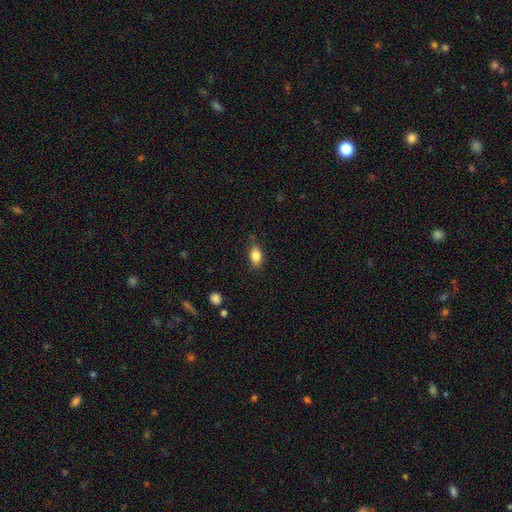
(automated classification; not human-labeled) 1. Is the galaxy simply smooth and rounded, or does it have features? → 85% smooth, 8% star or artifact, 7% featured or disk.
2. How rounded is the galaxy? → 87% in between, 10% round, 4% cigar-shaped.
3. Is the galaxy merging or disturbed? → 81% none, 15% minor disturbance, 3% major disturbance, 1% merger.